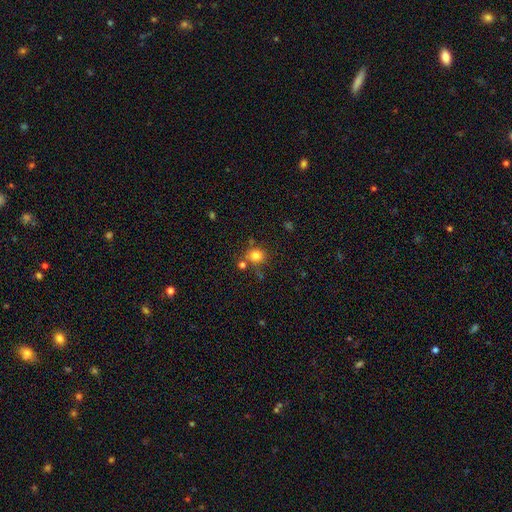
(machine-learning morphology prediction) This is likely a smooth galaxy (78%). How rounded: clearly round (87%). Merging: likely none (69%).